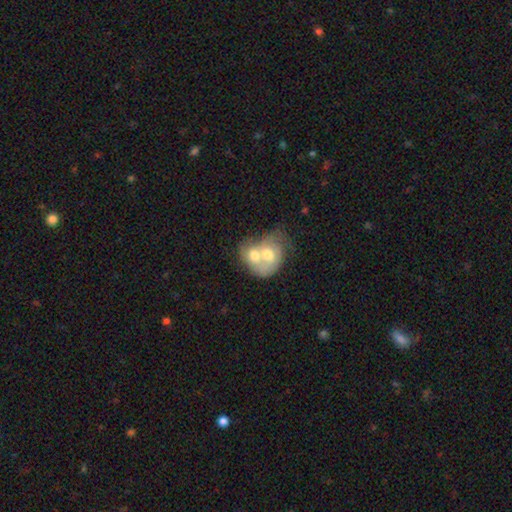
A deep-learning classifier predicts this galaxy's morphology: smooth 50%, featured or disk 43%, star or artifact 6%. Down the decision tree: how rounded — in between (50%); merging — merger (79%).